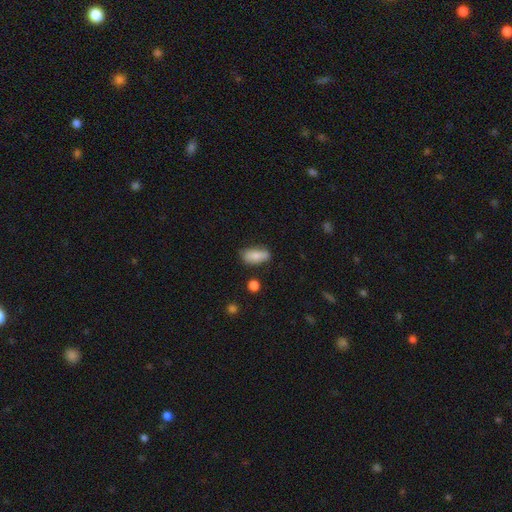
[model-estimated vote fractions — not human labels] smooth 81%, featured or disk 12%, star or artifact 7%. Down the decision tree: how rounded — in between (85%); merging — none (70%).